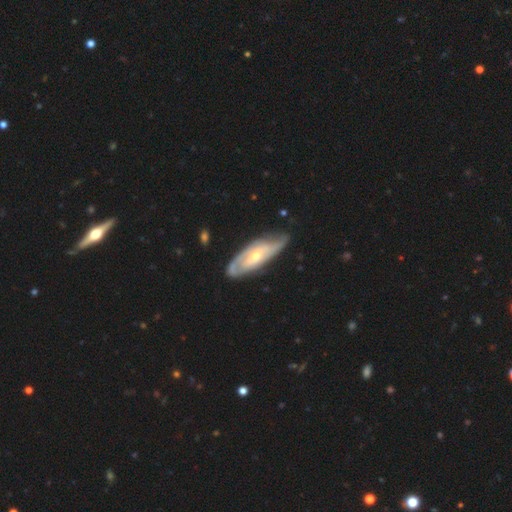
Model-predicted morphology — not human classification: Smooth or featured? Predicted: featured or disk (p=0.78). Edge-on disk? Predicted: no (p=0.84). Bar? Predicted: no (p=0.52). Spiral arms? Predicted: yes (p=0.87). Spiral winding? Predicted: tight (p=0.50). Spiral arm count? Predicted: 2 (p=0.56). Bulge size? Predicted: moderate (p=0.50). Merging? Predicted: none (p=0.72).